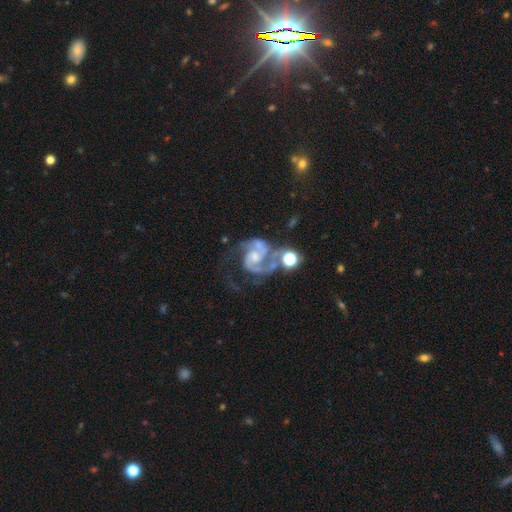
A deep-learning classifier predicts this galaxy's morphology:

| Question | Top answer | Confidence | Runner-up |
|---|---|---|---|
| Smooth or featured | featured or disk | 88% | star or artifact (7%) |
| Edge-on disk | no | 98% | yes (2%) |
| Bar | no | 57% | weak (34%) |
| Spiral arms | yes | 97% | no (3%) |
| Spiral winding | medium | 54% | tight (28%) |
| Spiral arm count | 2 | 81% | 3 (6%) |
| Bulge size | small | 46% | moderate (37%) |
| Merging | none | 36% | major disturbance (25%) |